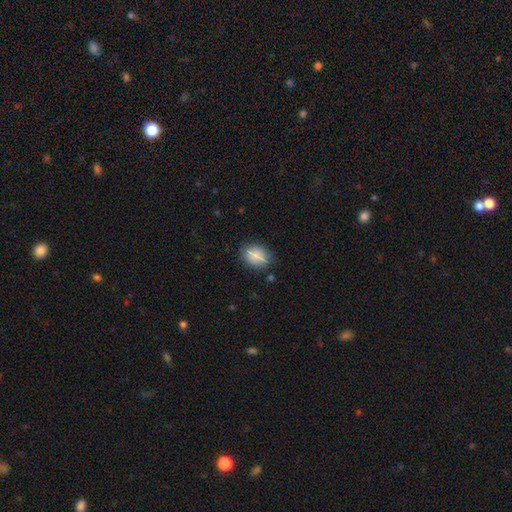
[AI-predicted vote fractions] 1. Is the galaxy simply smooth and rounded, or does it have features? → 86% smooth, 8% star or artifact, 7% featured or disk.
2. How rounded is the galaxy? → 68% in between, 31% round, 1% cigar-shaped.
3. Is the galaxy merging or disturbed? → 80% none, 15% minor disturbance, 4% major disturbance, 2% merger.